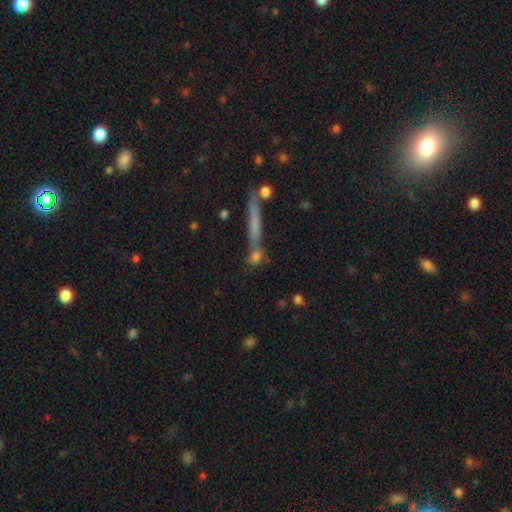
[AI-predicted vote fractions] This appears to be a smooth galaxy with no disk features (57%) that is cigar-shaped (72%). Merging: none (68%).